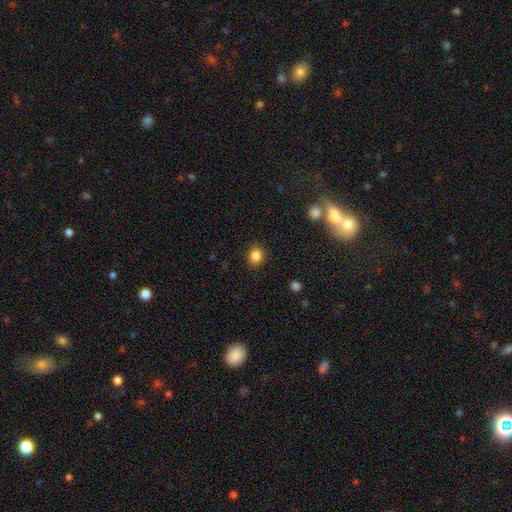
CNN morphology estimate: Overall: smooth (85%). How rounded: round (70%). Merging: none (88%).